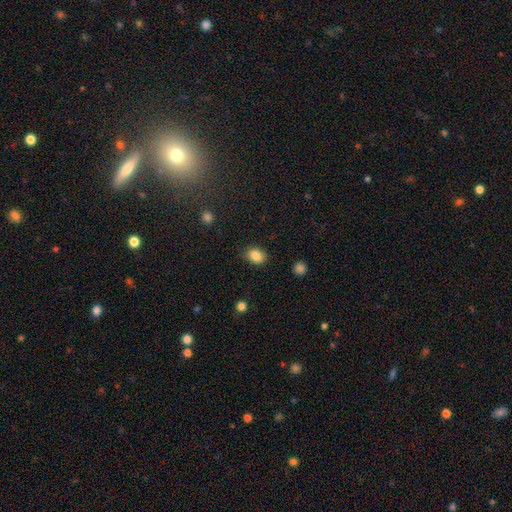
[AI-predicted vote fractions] A smooth galaxy with no disk features (86%) that is in between round and cigar-shaped (64%).

Vote fractions:
- Smooth or featured? smooth: 86% / star or artifact: 9% / featured or disk: 5%
- How rounded? in between: 64% / round: 35% / cigar-shaped: 1%
- Merging? none: 86% / minor disturbance: 11% / major disturbance: 3% / merger: 1%